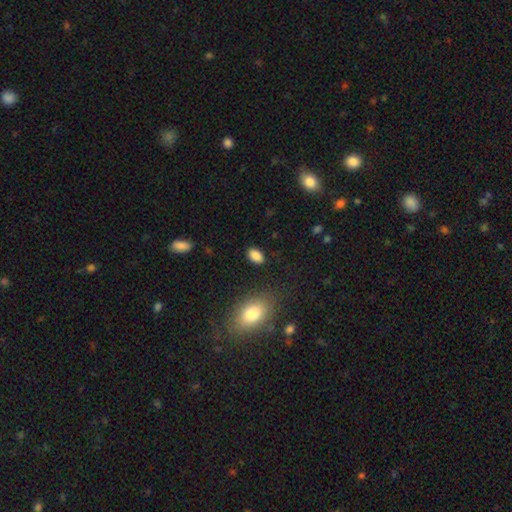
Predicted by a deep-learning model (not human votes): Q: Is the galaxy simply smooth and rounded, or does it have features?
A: smooth — 86%.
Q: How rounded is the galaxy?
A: in between — 90%.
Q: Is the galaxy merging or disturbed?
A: none — 87%.